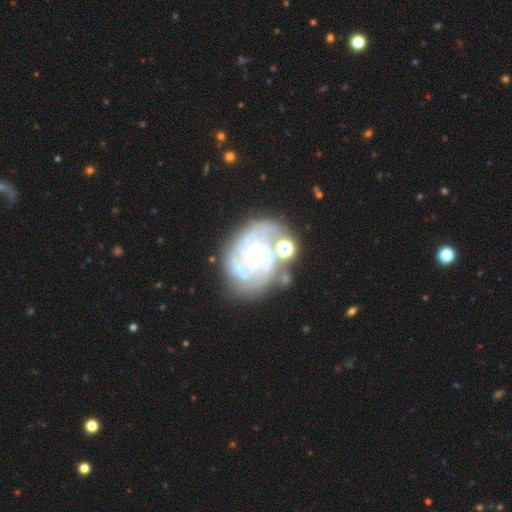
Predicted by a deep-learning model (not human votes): The model was most divided on "spiral arm count": can't tell: 29%, 3: 22%, 4: 20%, 2: 13%, more than 4: 9%, 1: 6%. More confident: edge-on disk — no (97%); spiral arms — yes (94%); smooth or featured — featured or disk (85%); bar — no (79%); spiral winding — tight (71%); bulge size — small (71%); merging — none (63%).